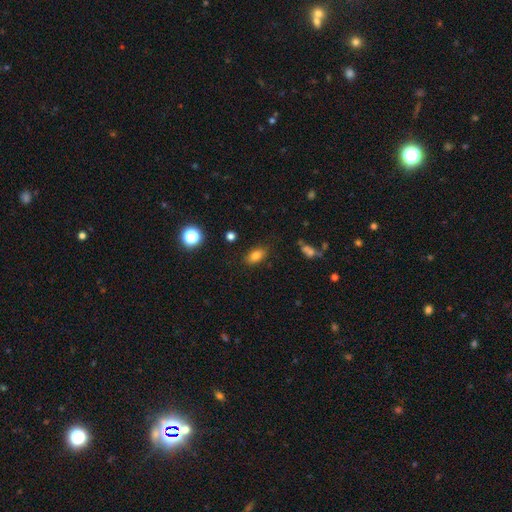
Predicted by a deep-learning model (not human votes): Smooth or featured? Predicted: smooth (p=0.80). How rounded? Predicted: in between (p=0.86). Merging? Predicted: none (p=0.84).